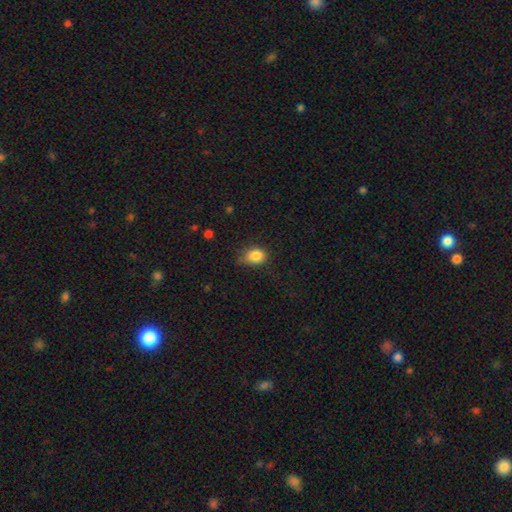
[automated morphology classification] smooth_or_featured: smooth (p=0.85) [alt: star or artifact p=0.09]
how_rounded: in between (p=0.61) [alt: round p=0.38]
merging: none (p=0.60) [alt: minor disturbance p=0.32]